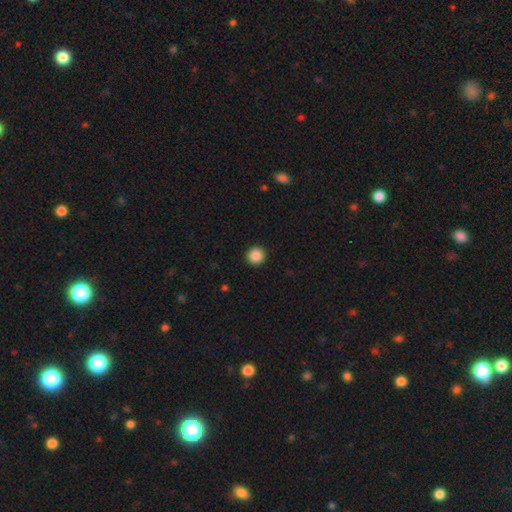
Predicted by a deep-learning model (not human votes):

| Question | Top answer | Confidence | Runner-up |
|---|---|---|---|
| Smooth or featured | smooth | 88% | star or artifact (9%) |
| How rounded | round | 95% | in between (4%) |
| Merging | none | 93% | minor disturbance (4%) |